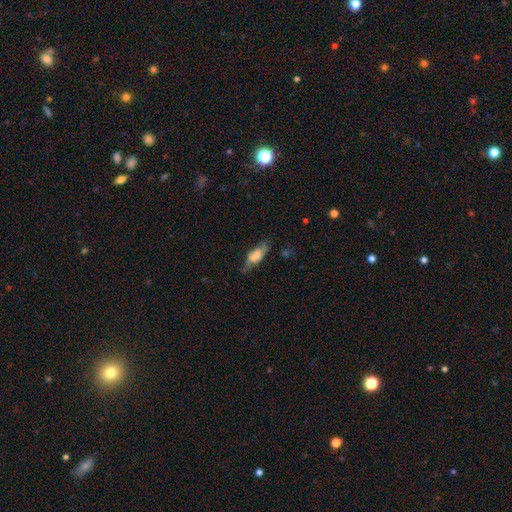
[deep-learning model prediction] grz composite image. It shows a smooth galaxy with no disk features (63%) that is in between round and cigar-shaped (74%). Merging: none (47%).